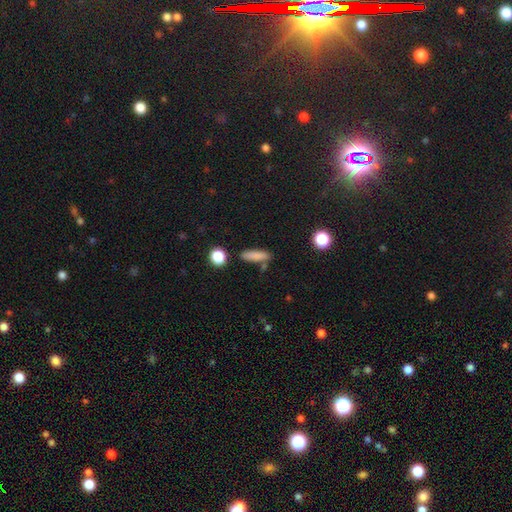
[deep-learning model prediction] The model was most divided on "how rounded": cigar-shaped: 61%, in between: 34%, round: 4%. More confident: smooth or featured — smooth (83%); merging — none (78%).